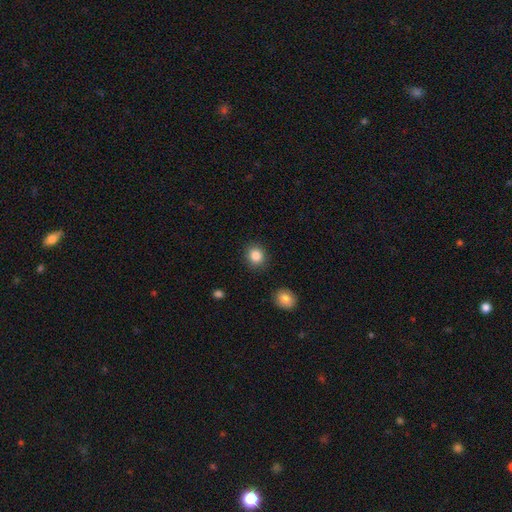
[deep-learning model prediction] smooth-or-featured: smooth: 86% | star or artifact: 10% | featured or disk: 4%
  how-rounded: round: 79% | in between: 20% | cigar-shaped: 1%
  merging: none: 88% | minor disturbance: 8% | major disturbance: 3% | merger: 2%